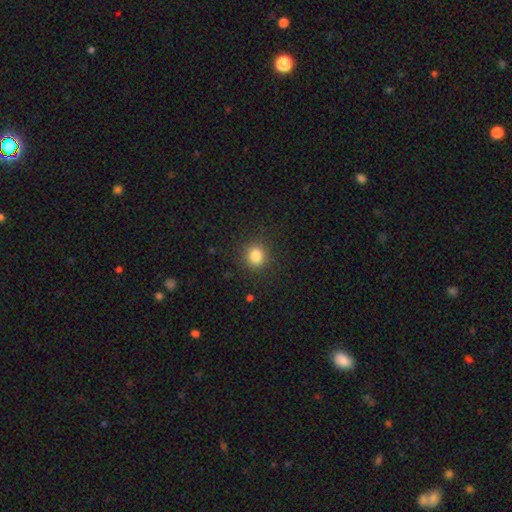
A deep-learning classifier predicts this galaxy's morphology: smooth-or-featured: smooth: 84% | star or artifact: 11% | featured or disk: 5%
  how-rounded: round: 87% | in between: 12% | cigar-shaped: 1%
  merging: none: 90% | minor disturbance: 7% | major disturbance: 3% | merger: 1%